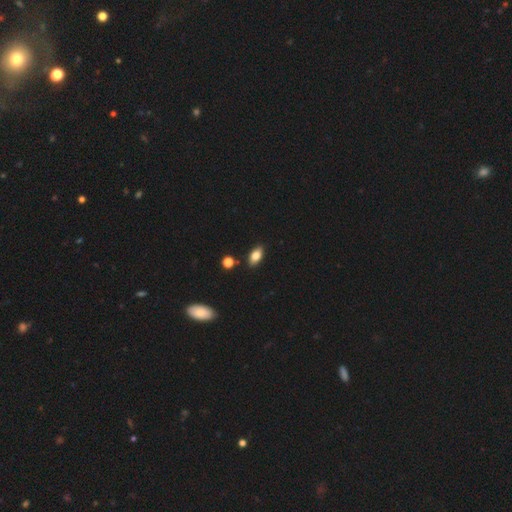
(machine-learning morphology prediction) Smooth or featured? Predicted: smooth (p=0.80). How rounded? Predicted: in between (p=0.89). Merging? Predicted: none (p=0.85).